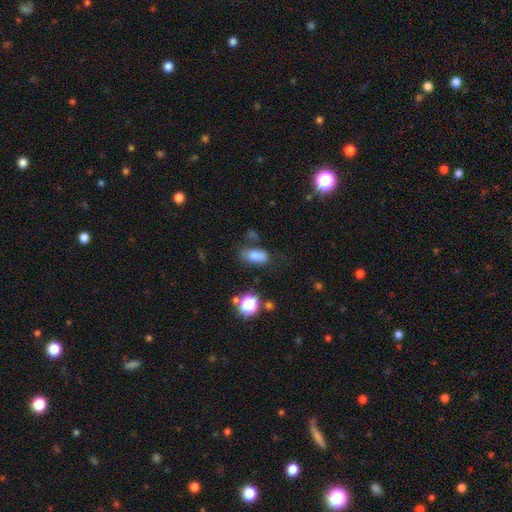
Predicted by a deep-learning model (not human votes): Smooth or featured?
  - smooth: 75% *
  - star or artifact: 14%
  - featured or disk: 11%
How rounded?
  - in between: 87% *
  - round: 8%
  - cigar-shaped: 5%
Merging?
  - none: 54% *
  - minor disturbance: 25%
  - major disturbance: 11%
  - merger: 10%